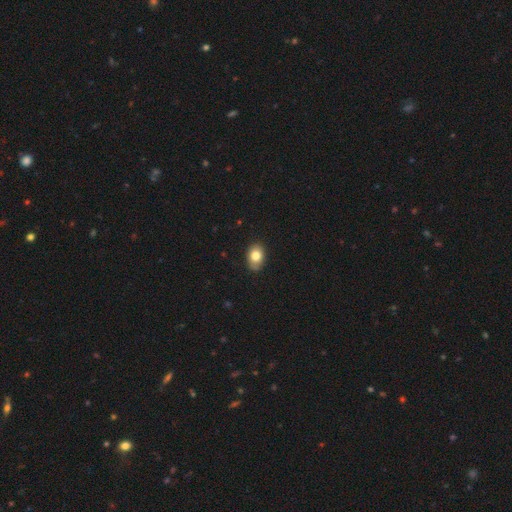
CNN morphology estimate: Smooth or featured? smooth (80%)
How rounded? in between (80%)
Merging? none (84%)